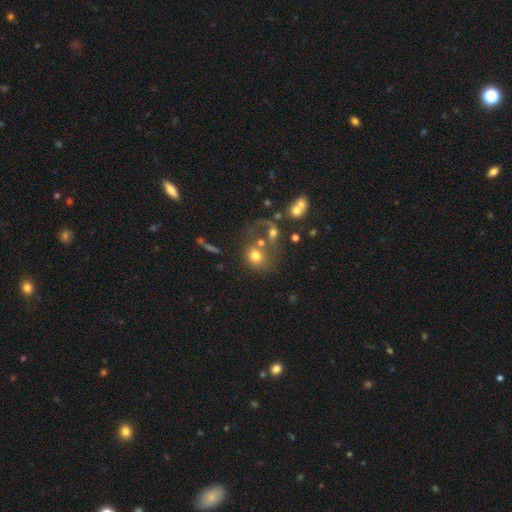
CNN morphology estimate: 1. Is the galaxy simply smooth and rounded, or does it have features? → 67% smooth, 19% featured or disk, 14% star or artifact.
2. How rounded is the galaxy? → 74% round, 25% in between, 1% cigar-shaped.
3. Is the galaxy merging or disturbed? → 39% merger, 35% none, 16% major disturbance, 11% minor disturbance.